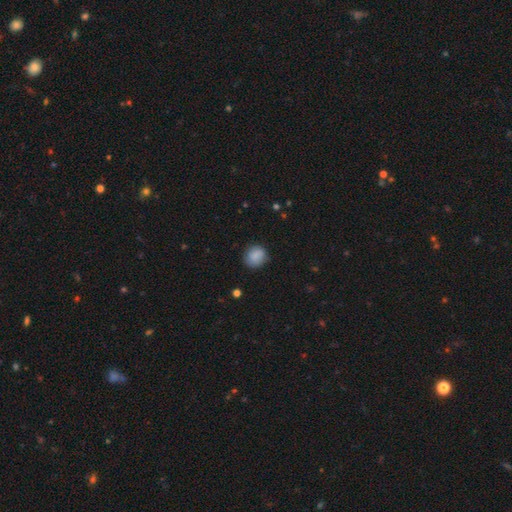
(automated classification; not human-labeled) smooth 87%, star or artifact 8%, featured or disk 5%. Down the decision tree: how rounded — round (78%); merging — none (82%).